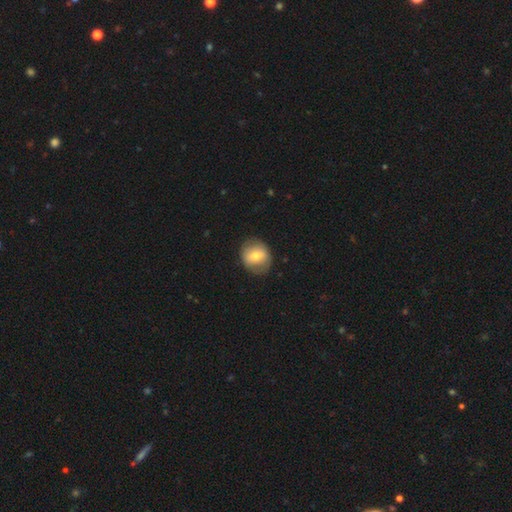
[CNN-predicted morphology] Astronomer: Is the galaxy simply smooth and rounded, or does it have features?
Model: smooth — 64%.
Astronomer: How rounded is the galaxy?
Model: round — 73%.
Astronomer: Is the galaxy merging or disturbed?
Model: none — 81%.